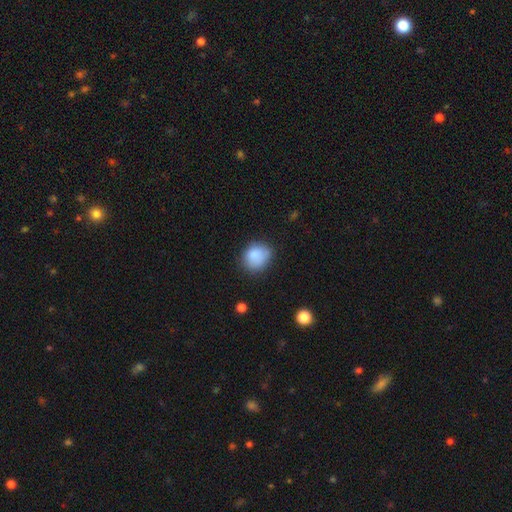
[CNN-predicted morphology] A smooth galaxy with no disk features (85%) that is round (67%). Merging: none (68%).